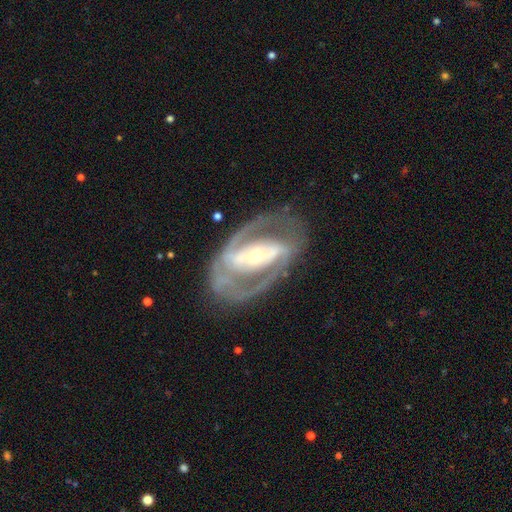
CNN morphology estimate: Smooth or featured?
  - featured or disk: 88% *
  - smooth: 7%
  - star or artifact: 5%
Edge-on disk?
  - no: 95% *
  - yes: 5%
Bar?
  - strong: 58% *
  - weak: 24%
  - no: 18%
Spiral arms?
  - yes: 91% *
  - no: 9%
Spiral winding?
  - medium: 50% *
  - tight: 35%
  - loose: 15%
Spiral arm count?
  - 2: 85% *
  - can't tell: 6%
  - 3: 4%
  - 1: 2%
  - 4: 1%
  - more than 4: 1%
Bulge size?
  - moderate: 49% *
  - small: 44%
  - large: 5%
  - dominant: 1%
  - none: 1%
Merging?
  - none: 74% *
  - minor disturbance: 15%
  - major disturbance: 10%
  - merger: 2%